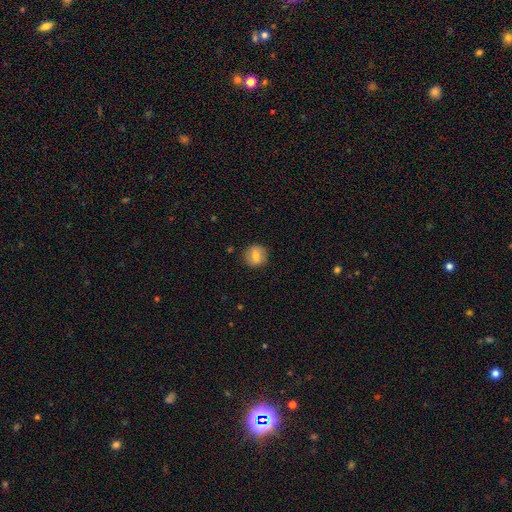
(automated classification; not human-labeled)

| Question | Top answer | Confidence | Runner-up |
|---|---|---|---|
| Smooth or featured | smooth | 75% | featured or disk (16%) |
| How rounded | round | 88% | in between (11%) |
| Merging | none | 87% | minor disturbance (9%) |